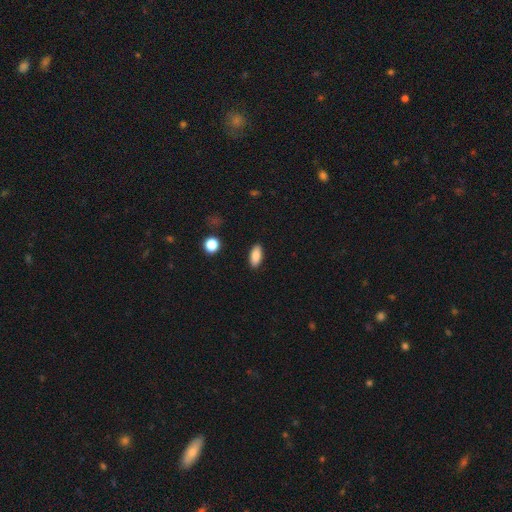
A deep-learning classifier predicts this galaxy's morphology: smooth_or_featured: smooth (p=0.87) [alt: star or artifact p=0.08]
how_rounded: in between (p=0.84) [alt: cigar-shaped p=0.13]
merging: none (p=0.89) [alt: minor disturbance p=0.08]